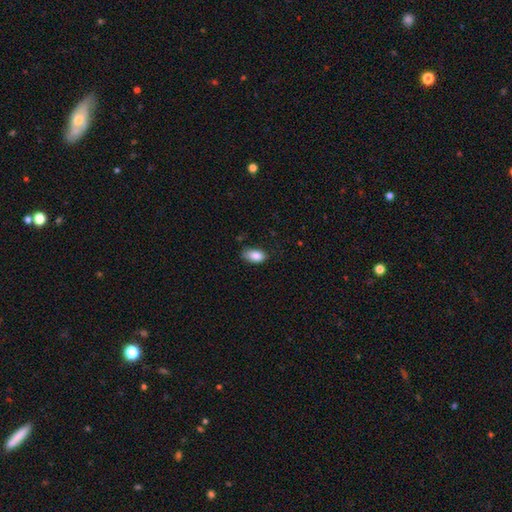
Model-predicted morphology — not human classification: This appears to be a smooth galaxy with no disk features (87%) that is in between round and cigar-shaped (92%). Merging: none (73%).